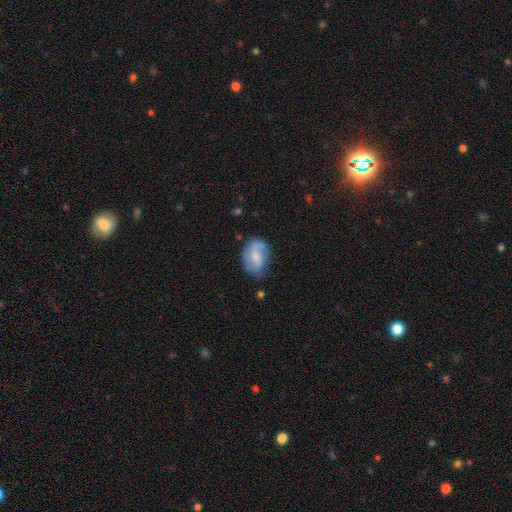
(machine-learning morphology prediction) Q: Smooth or featured?
A: featured or disk (54%); runner-up: smooth (39%)
Q: Edge-on disk?
A: no (96%); runner-up: yes (4%)
Q: Bar?
A: no (47%); runner-up: weak (43%)
Q: Spiral arms?
A: yes (80%); runner-up: no (20%)
Q: Bulge size?
A: small (41%); runner-up: moderate (38%)
Q: Merging?
A: none (61%); runner-up: minor disturbance (25%)